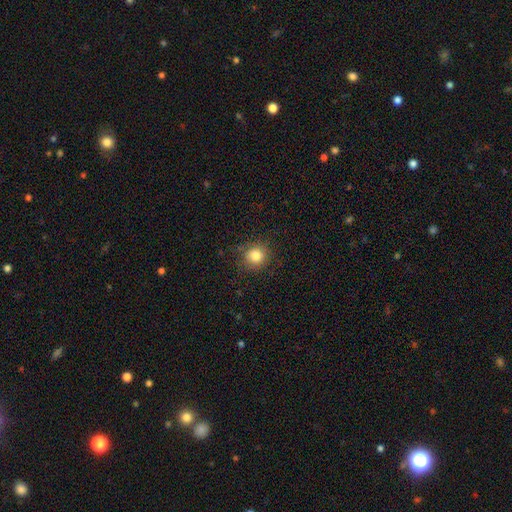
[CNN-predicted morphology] Q: Smooth or featured?
A: smooth (82%); runner-up: star or artifact (11%)
Q: How rounded?
A: round (87%); runner-up: in between (12%)
Q: Merging?
A: none (84%); runner-up: minor disturbance (11%)